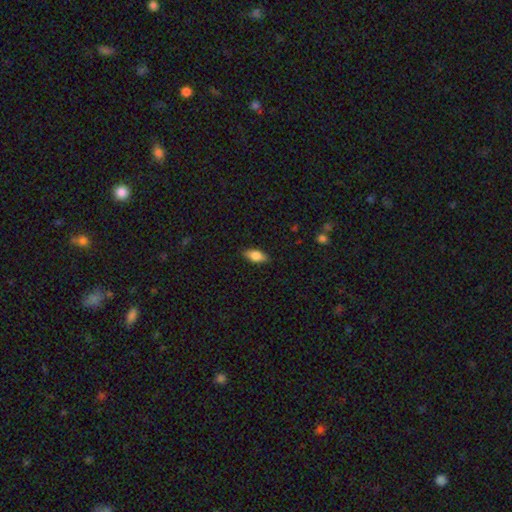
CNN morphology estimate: This is likely a smooth galaxy (79%). How rounded: clearly in between (86%). Merging: clearly none (87%).